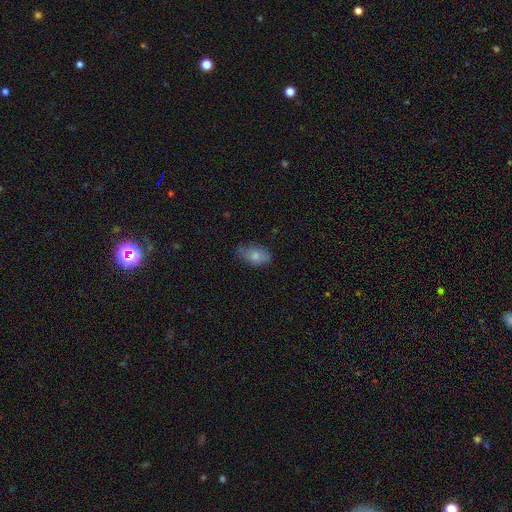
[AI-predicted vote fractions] smooth 78%, featured or disk 14%, star or artifact 8%. Down the decision tree: how rounded — in between (90%); merging — none (65%).